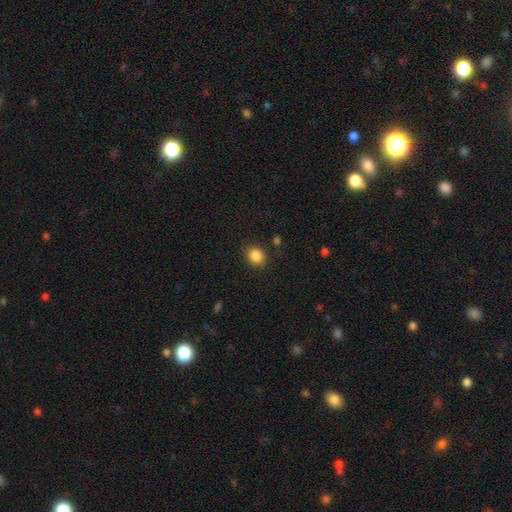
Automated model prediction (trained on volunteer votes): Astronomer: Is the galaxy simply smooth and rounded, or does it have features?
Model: smooth — 86%.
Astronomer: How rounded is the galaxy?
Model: round — 59% (runner-up: in between, 40%).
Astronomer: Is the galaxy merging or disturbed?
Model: none — 87%.